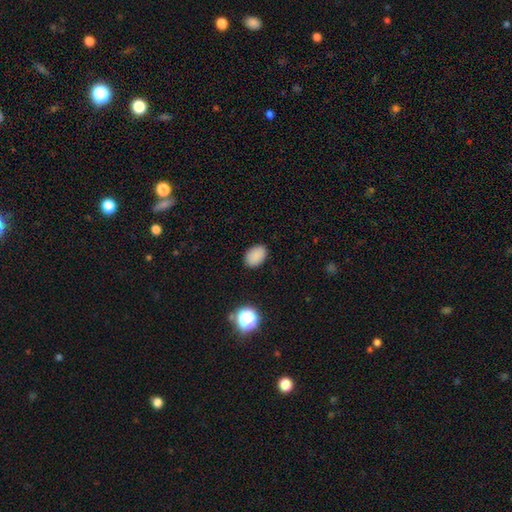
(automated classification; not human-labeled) Q: Smooth or featured?
A: smooth (86%); runner-up: star or artifact (11%)
Q: How rounded?
A: in between (84%); runner-up: round (15%)
Q: Merging?
A: none (87%); runner-up: minor disturbance (9%)